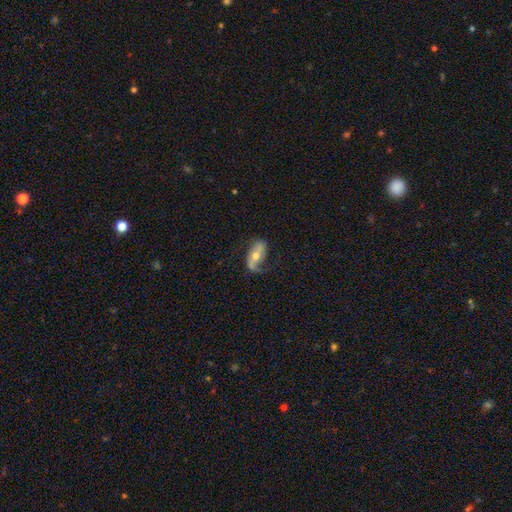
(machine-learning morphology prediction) Smooth or featured? Predicted: featured or disk (p=0.57). Edge-on disk? Predicted: no (p=0.89). Bar? Predicted: no (p=0.50). Spiral arms? Predicted: yes (p=0.77). Bulge size? Predicted: moderate (p=0.68). Merging? Predicted: none (p=0.55).